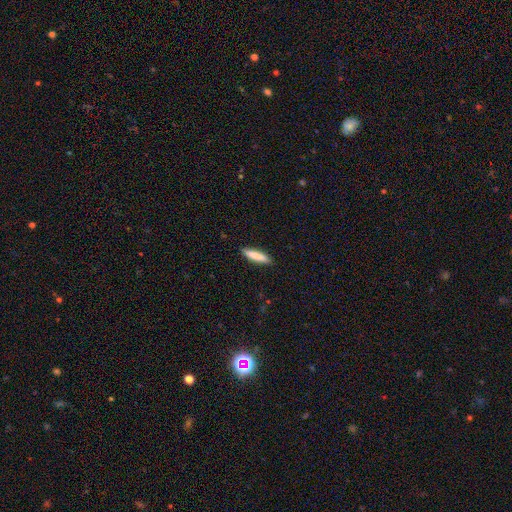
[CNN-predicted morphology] smooth_or_featured: smooth (p=0.84) [alt: featured or disk p=0.11]
how_rounded: cigar-shaped (p=0.82) [alt: in between p=0.17]
merging: none (p=0.89) [alt: minor disturbance p=0.08]